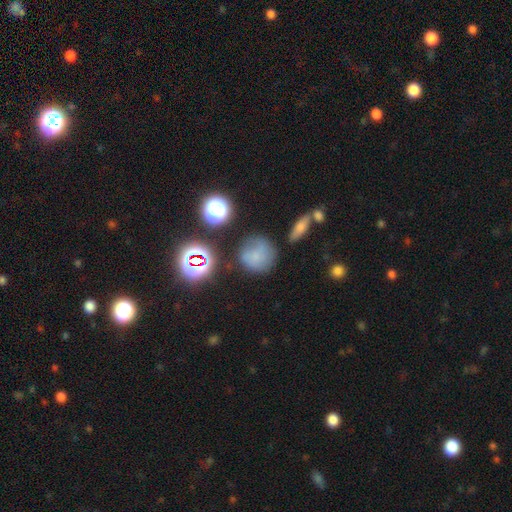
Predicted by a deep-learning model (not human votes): Smooth or featured?
  - smooth: 66% *
  - star or artifact: 18%
  - featured or disk: 15%
How rounded?
  - round: 89% *
  - in between: 10%
  - cigar-shaped: 1%
Merging?
  - none: 63% *
  - minor disturbance: 21%
  - major disturbance: 9%
  - merger: 7%